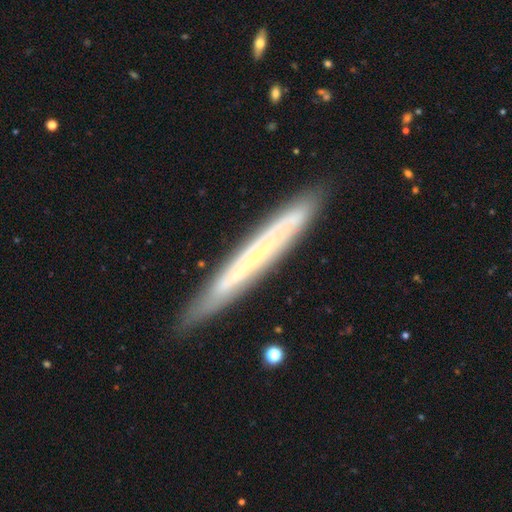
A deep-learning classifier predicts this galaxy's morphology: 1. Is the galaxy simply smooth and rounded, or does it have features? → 64% featured or disk, 29% smooth, 7% star or artifact.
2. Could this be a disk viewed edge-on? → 80% yes, 20% no.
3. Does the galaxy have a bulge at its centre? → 74% none, 22% rounded, 4% boxy.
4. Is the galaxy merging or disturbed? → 85% none, 11% minor disturbance, 2% major disturbance, 1% merger.